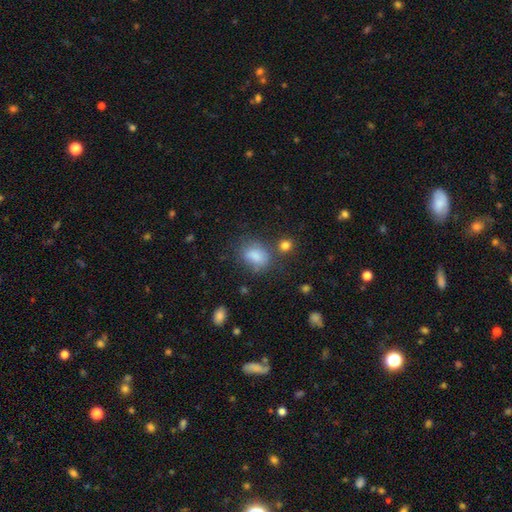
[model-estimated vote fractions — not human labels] Smooth or featured?
  - smooth: 79% *
  - star or artifact: 11%
  - featured or disk: 9%
How rounded?
  - in between: 66% *
  - round: 32%
  - cigar-shaped: 2%
Merging?
  - none: 55% *
  - minor disturbance: 24%
  - major disturbance: 11%
  - merger: 10%